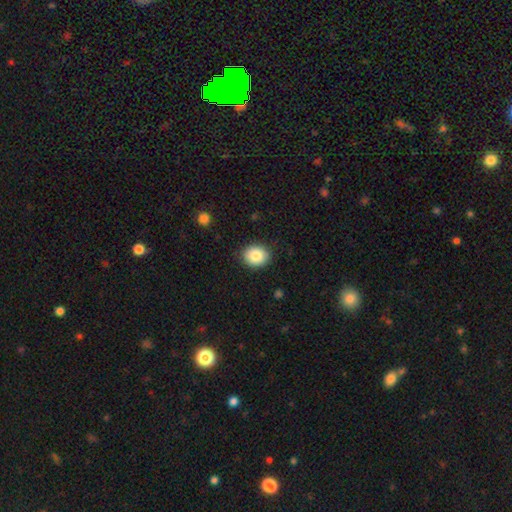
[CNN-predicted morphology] Overall: smooth (85%). How rounded: round (60%; in between 39%). Merging: none (88%).